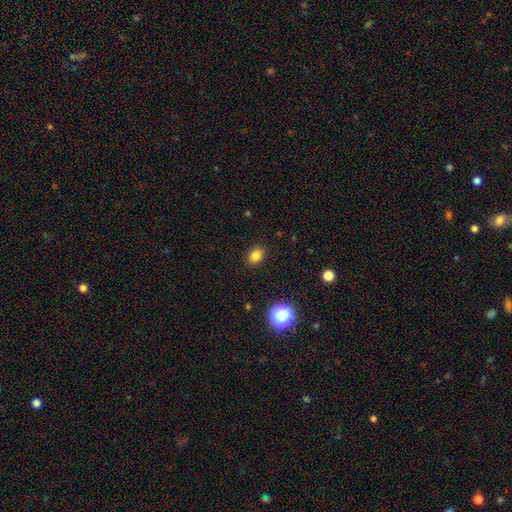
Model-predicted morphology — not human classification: Smooth or featured: smooth — 81% (star or artifact — 13%)
How rounded: in between — 55% (round — 44%)
Merging: none — 89% (minor disturbance — 7%)